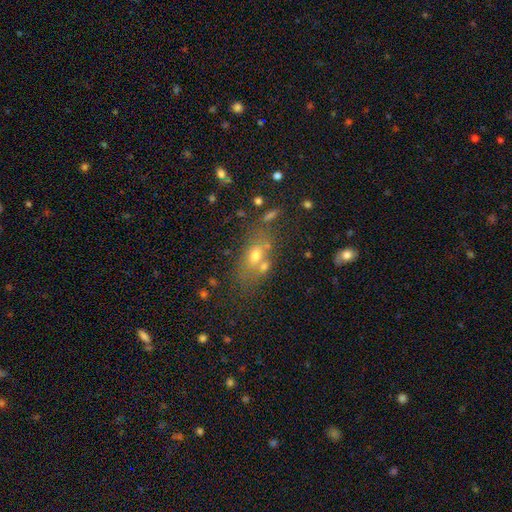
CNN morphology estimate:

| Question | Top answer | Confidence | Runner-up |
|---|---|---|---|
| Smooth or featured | smooth | 60% | featured or disk (23%) |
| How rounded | in between | 70% | round (24%) |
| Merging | none | 54% | merger (25%) |